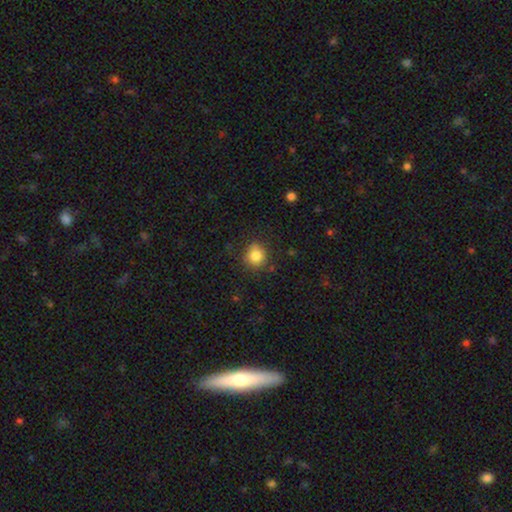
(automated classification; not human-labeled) Smooth or featured: smooth — 83% (star or artifact — 11%)
How rounded: round — 86% (in between — 13%)
Merging: none — 79% (minor disturbance — 15%)